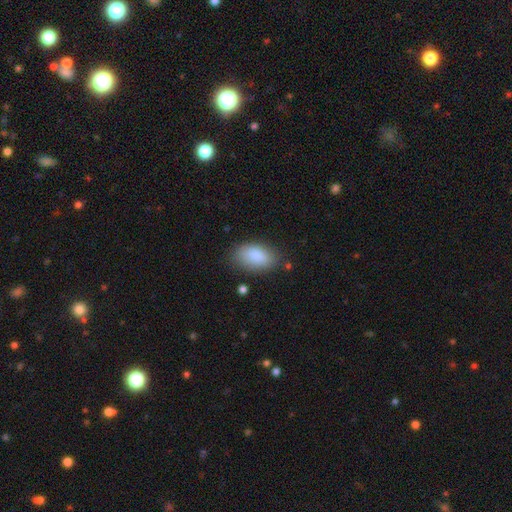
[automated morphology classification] The model was most divided on "merging": none: 77%, minor disturbance: 16%, major disturbance: 5%, merger: 2%. More confident: how rounded — in between (93%); smooth or featured — smooth (87%).